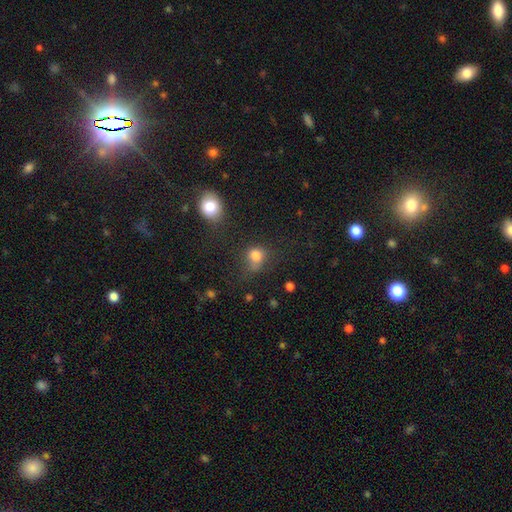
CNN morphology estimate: smooth_or_featured: smooth (p=0.78) [alt: star or artifact p=0.14]
how_rounded: round (p=0.69) [alt: in between p=0.30]
merging: none (p=0.49) [alt: minor disturbance p=0.26]